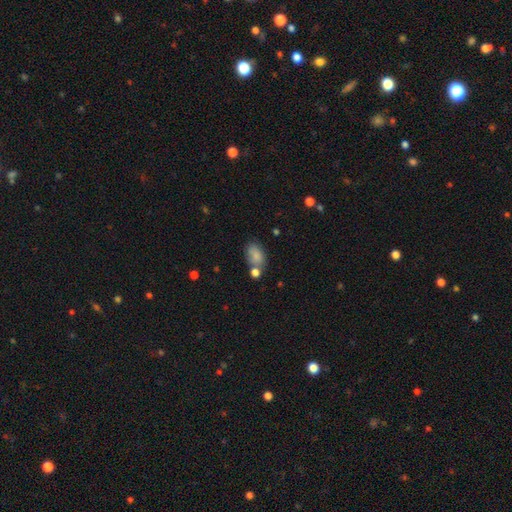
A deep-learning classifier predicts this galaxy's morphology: Q: Smooth or featured?
A: smooth (83%); runner-up: star or artifact (9%)
Q: How rounded?
A: in between (88%); runner-up: round (10%)
Q: Merging?
A: none (58%); runner-up: merger (18%)